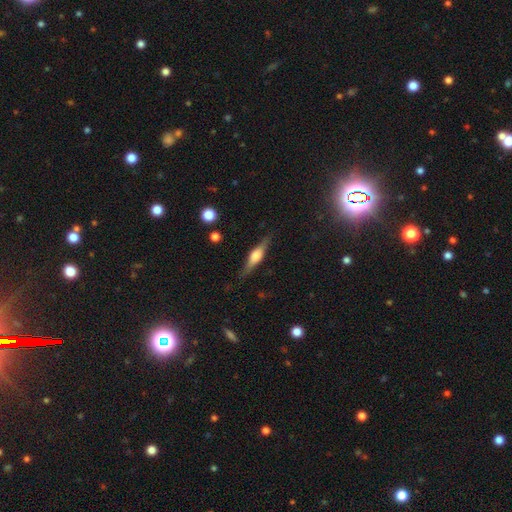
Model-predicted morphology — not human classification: The model was most divided on "smooth or featured": featured or disk: 66%, smooth: 28%, star or artifact: 6%. More confident: edge-on disk — yes (96%); merging — none (85%); edge-on bulge — rounded (83%).